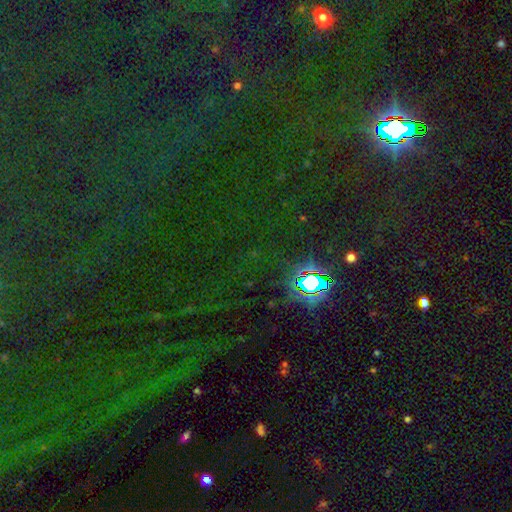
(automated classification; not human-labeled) Smooth or featured? star or artifact (83%)